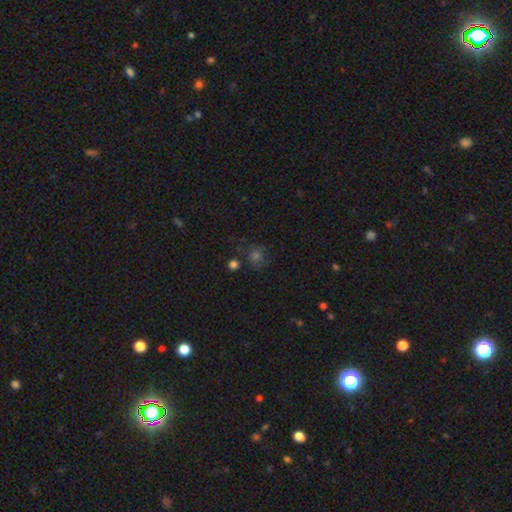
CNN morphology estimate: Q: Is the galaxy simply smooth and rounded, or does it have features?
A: smooth — 49%.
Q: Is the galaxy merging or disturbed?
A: none — 73%.